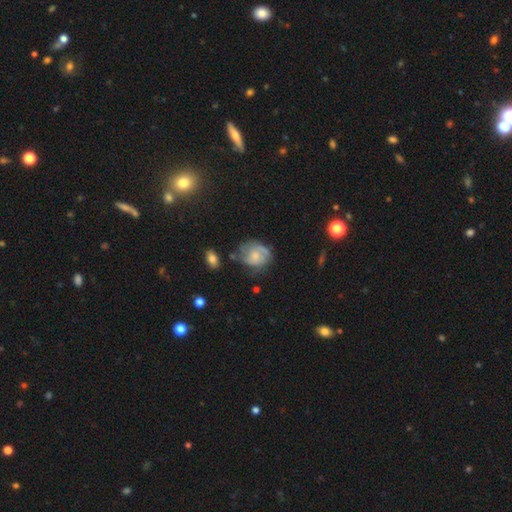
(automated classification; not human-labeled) smooth_or_featured: featured or disk (p=0.52) [alt: smooth p=0.39]
disk_edge_on: no (p=0.97) [alt: yes p=0.03]
bar: no (p=0.72) [alt: weak p=0.25]
has_spiral_arms: yes (p=0.71) [alt: no p=0.29]
bulge_size: small (p=0.43) [alt: moderate p=0.36]
merging: none (p=0.51) [alt: minor disturbance p=0.28]